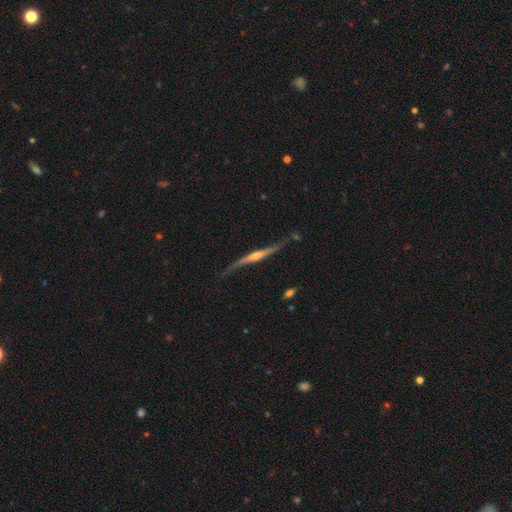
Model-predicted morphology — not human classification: Smooth or featured? Predicted: featured or disk (p=0.82). Edge-on disk? Predicted: yes (p=0.93). Edge-on bulge? Predicted: rounded (p=0.76). Merging? Predicted: none (p=0.67).